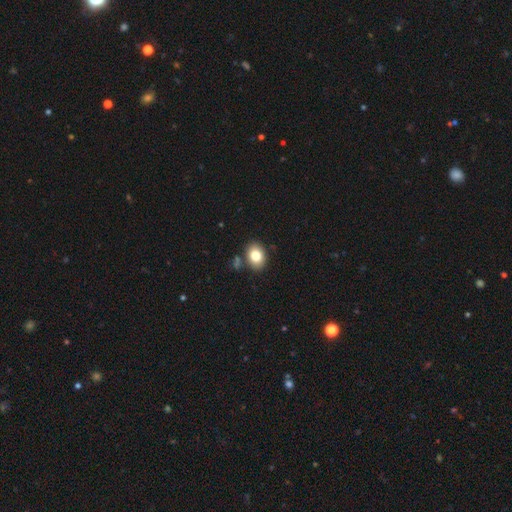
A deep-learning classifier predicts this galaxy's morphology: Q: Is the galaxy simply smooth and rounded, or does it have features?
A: smooth — 81%.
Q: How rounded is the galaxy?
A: in between — 61%.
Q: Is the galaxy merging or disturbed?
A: none — 82%.